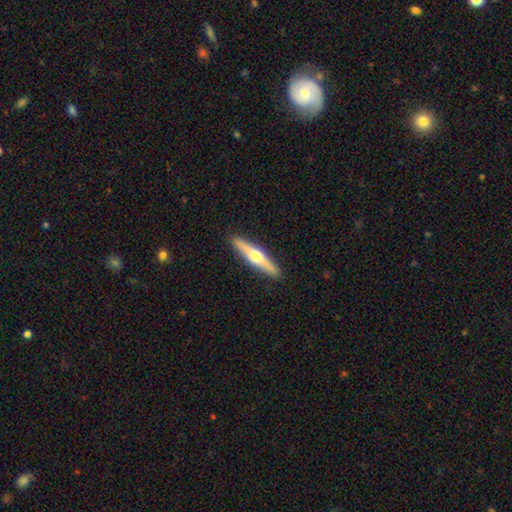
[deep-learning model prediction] This is likely a featured or disk galaxy (64%). It is clearly viewed edge-on (97%). Edge-on bulge: clearly rounded (94%). Merging: clearly none (91%).